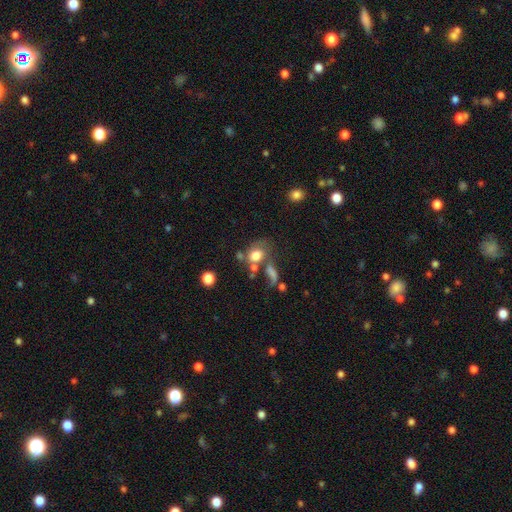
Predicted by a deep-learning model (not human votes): A smooth galaxy with no disk features (70%) that is round (51%).

Vote fractions:
- Smooth or featured? smooth: 70% / featured or disk: 18% / star or artifact: 12%
- How rounded? round: 51% / in between: 47% / cigar-shaped: 2%
- Merging? merger: 33% / none: 32% / major disturbance: 19% / minor disturbance: 16%